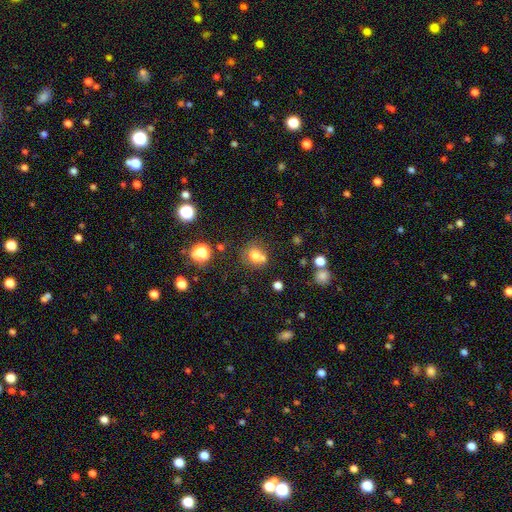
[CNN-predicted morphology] A smooth galaxy with no disk features (72%) that is round (76%).

Vote fractions:
- Smooth or featured? smooth: 72% / star or artifact: 14% / featured or disk: 14%
- How rounded? round: 76% / in between: 24% / cigar-shaped: 1%
- Merging? none: 48% / merger: 34% / minor disturbance: 13% / major disturbance: 5%